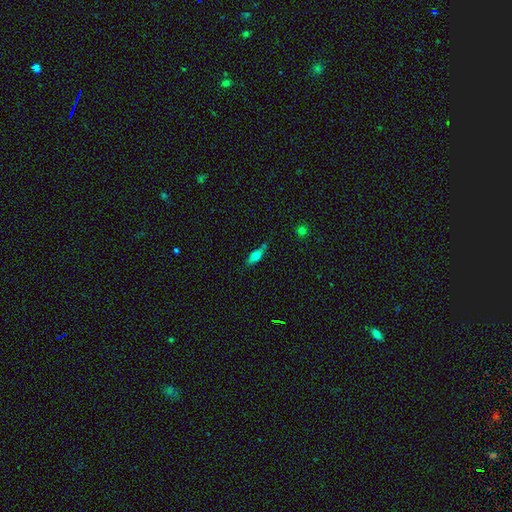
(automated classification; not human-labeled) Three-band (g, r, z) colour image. It shows a smooth galaxy with no disk features (60%) that is in between round and cigar-shaped (59%). Merging: none (67%).